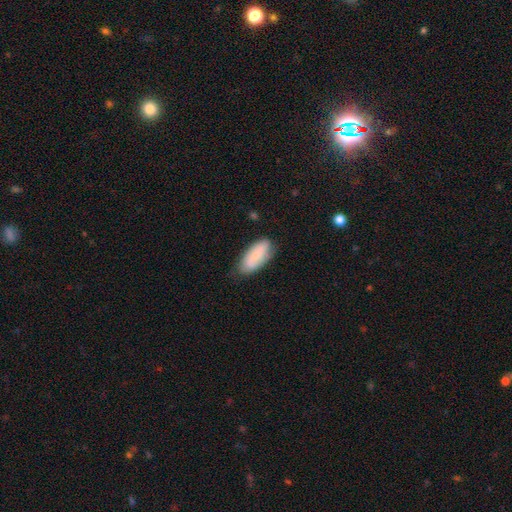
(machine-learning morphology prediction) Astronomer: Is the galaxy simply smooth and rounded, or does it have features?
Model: smooth — 75%.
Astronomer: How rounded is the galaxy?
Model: in between — 87%.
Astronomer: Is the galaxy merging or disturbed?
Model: none — 68%.